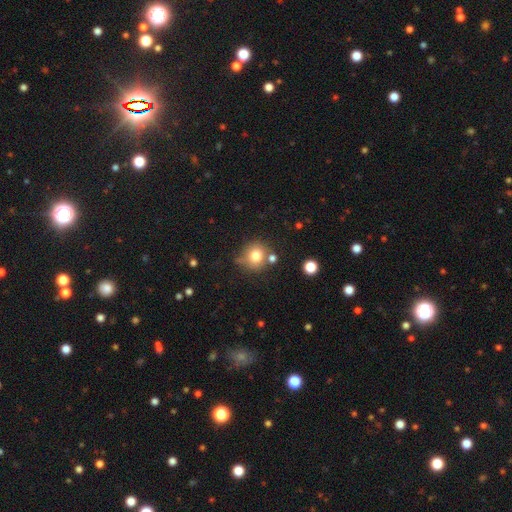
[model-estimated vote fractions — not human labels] A smooth galaxy with no disk features (77%) that is round (88%).

Vote fractions:
- Smooth or featured? smooth: 77% / star or artifact: 12% / featured or disk: 11%
- How rounded? round: 88% / in between: 11% / cigar-shaped: 1%
- Merging? none: 68% / minor disturbance: 15% / merger: 12% / major disturbance: 5%